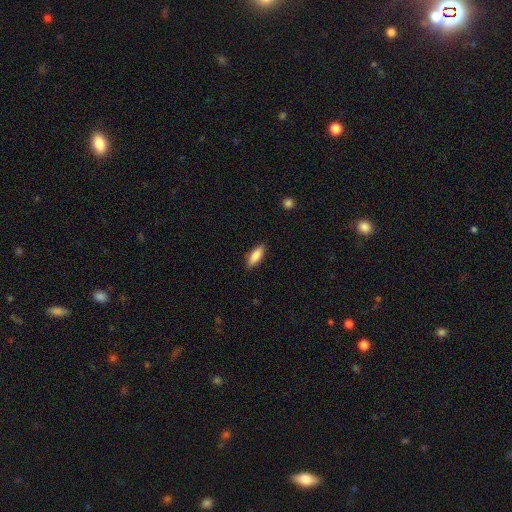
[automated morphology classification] Q: Smooth or featured?
A: smooth (83%); runner-up: featured or disk (11%)
Q: How rounded?
A: in between (66%); runner-up: cigar-shaped (32%)
Q: Merging?
A: none (87%); runner-up: minor disturbance (10%)